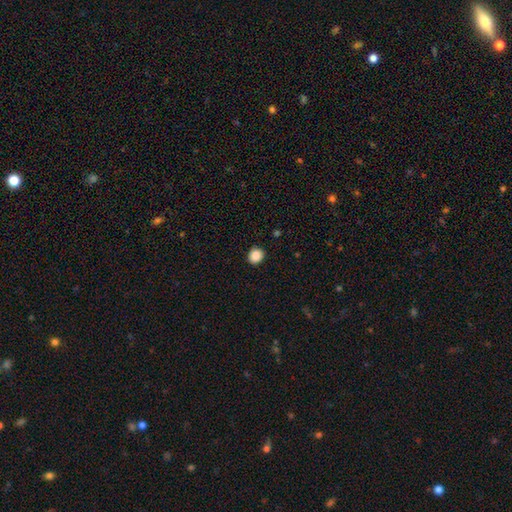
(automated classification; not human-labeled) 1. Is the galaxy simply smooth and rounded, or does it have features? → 87% smooth, 9% star or artifact, 3% featured or disk.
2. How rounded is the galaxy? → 79% round, 20% in between, 1% cigar-shaped.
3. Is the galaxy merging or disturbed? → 91% none, 6% minor disturbance, 2% major disturbance, 1% merger.